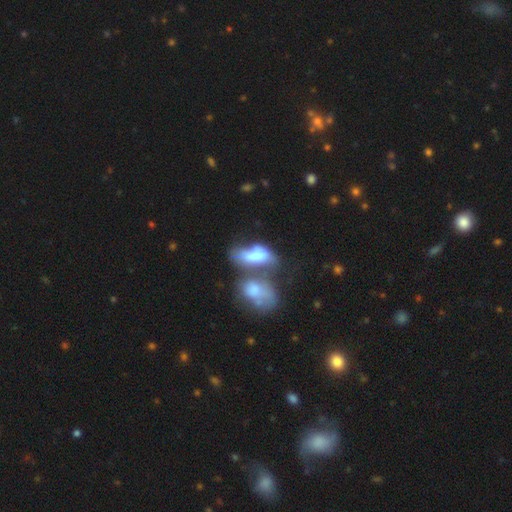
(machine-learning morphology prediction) type=smooth (61%); roundness=in between (84%); merging=merger (59%).